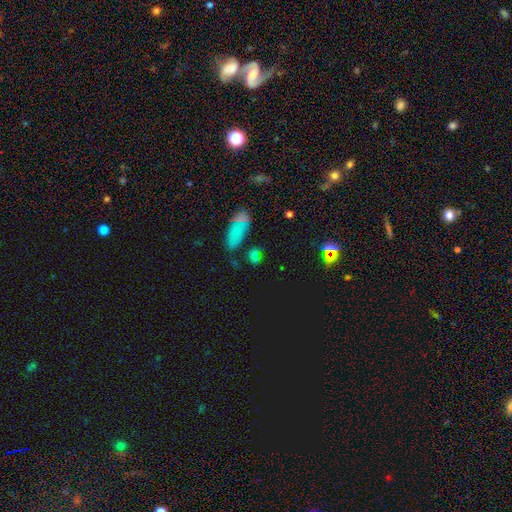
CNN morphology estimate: smooth-or-featured: smooth: 58% | star or artifact: 32% | featured or disk: 10%
  how-rounded: in between: 70% | round: 23% | cigar-shaped: 7%
  merging: none: 67% | minor disturbance: 17% | merger: 9% | major disturbance: 7%